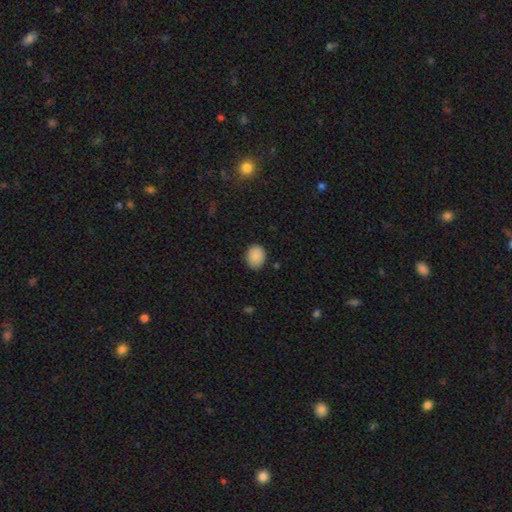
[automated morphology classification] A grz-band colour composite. It shows a smooth galaxy with no disk features (89%) that is round (54%). Merging: none (84%).